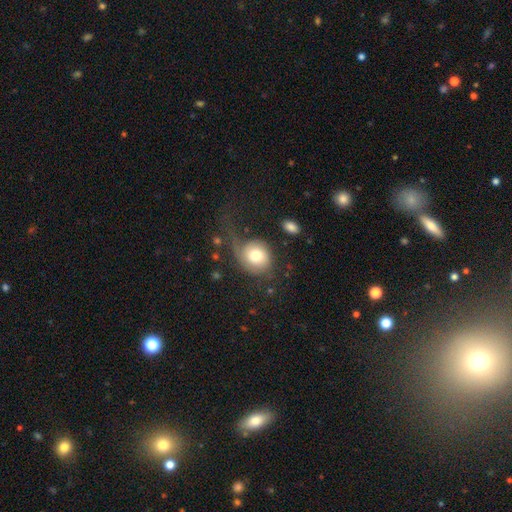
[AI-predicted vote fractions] Smooth or featured?
  - smooth: 68% *
  - featured or disk: 24%
  - star or artifact: 8%
How rounded?
  - round: 76% *
  - in between: 23%
  - cigar-shaped: 1%
Merging?
  - none: 38% *
  - major disturbance: 37%
  - minor disturbance: 22%
  - merger: 4%